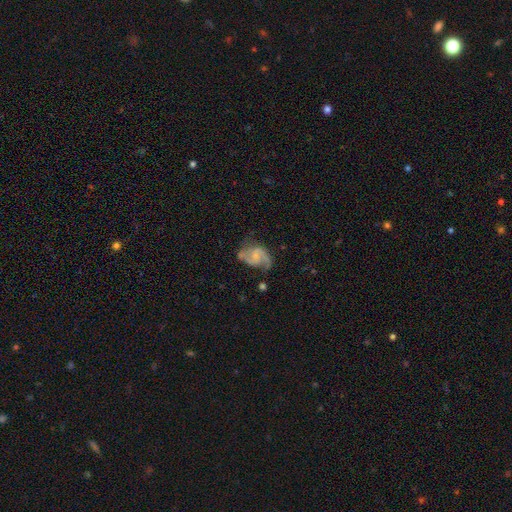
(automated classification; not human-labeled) smooth_or_featured: featured or disk (p=0.84) [alt: smooth p=0.10]
disk_edge_on: no (p=0.98) [alt: yes p=0.02]
bar: no (p=0.54) [alt: weak p=0.38]
has_spiral_arms: yes (p=0.95) [alt: no p=0.05]
spiral_winding: medium (p=0.52) [alt: loose p=0.32]
spiral_arm_count: 2 (p=0.88) [alt: can't tell p=0.05]
bulge_size: small (p=0.60) [alt: moderate p=0.24]
merging: none (p=0.59) [alt: minor disturbance p=0.24]